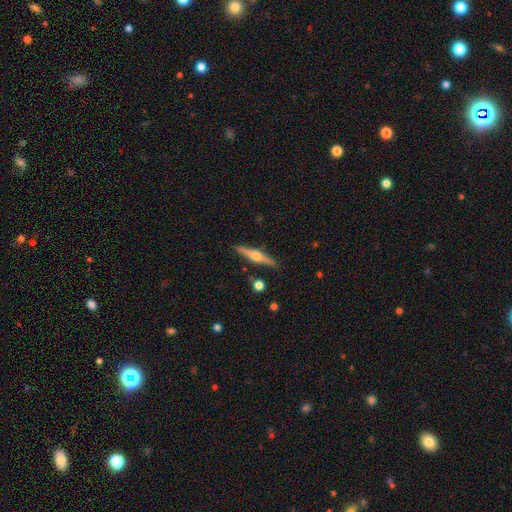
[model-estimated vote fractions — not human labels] smooth-or-featured: featured or disk: 71% | smooth: 24% | star or artifact: 6%
  disk-edge-on: yes: 97% | no: 3%
    edge-on-bulge: rounded: 92% | boxy: 5% | none: 3%
  merging: none: 89% | minor disturbance: 8% | merger: 2% | major disturbance: 2%